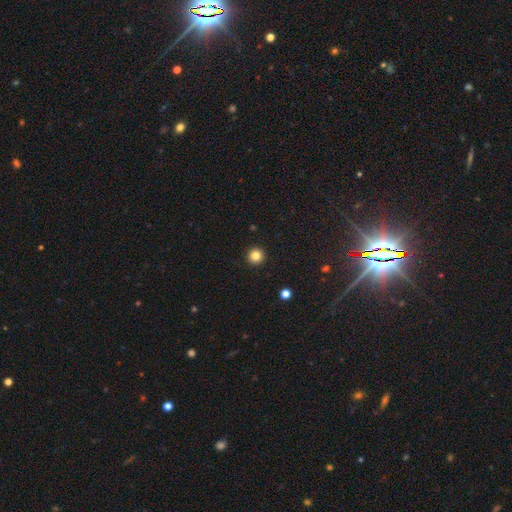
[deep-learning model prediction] smooth-or-featured: smooth: 83% | star or artifact: 12% | featured or disk: 5%
  how-rounded: round: 96% | in between: 3% | cigar-shaped: 1%
  merging: none: 94% | minor disturbance: 4% | major disturbance: 1% | merger: 1%